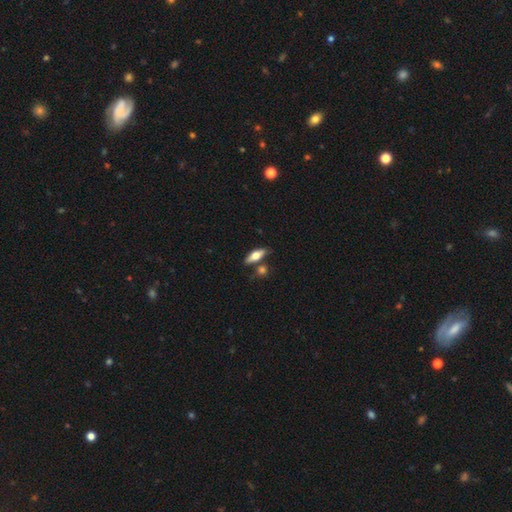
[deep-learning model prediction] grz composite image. It shows a smooth galaxy with no disk features (57%) that is in between round and cigar-shaped (63%). Merging: none (72%).